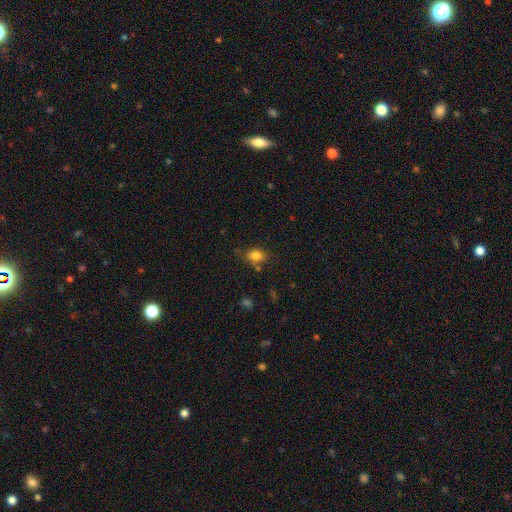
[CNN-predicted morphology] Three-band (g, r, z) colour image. It shows a smooth galaxy with no disk features (82%) that is in between round and cigar-shaped (65%). Merging: none (70%).